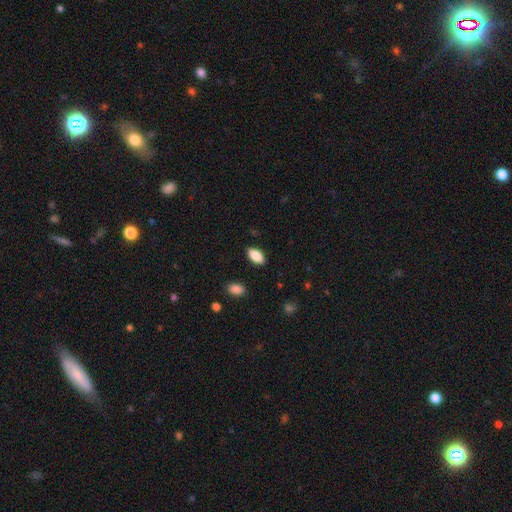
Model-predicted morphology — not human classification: Q: Smooth or featured?
A: smooth (87%); runner-up: star or artifact (7%)
Q: How rounded?
A: in between (92%); runner-up: cigar-shaped (5%)
Q: Merging?
A: none (88%); runner-up: minor disturbance (9%)